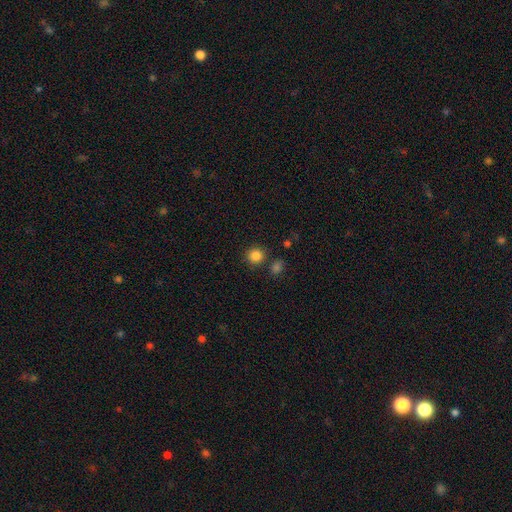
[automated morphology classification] Q: Smooth or featured?
A: smooth (84%); runner-up: star or artifact (12%)
Q: How rounded?
A: round (91%); runner-up: in between (8%)
Q: Merging?
A: none (83%); runner-up: minor disturbance (8%)